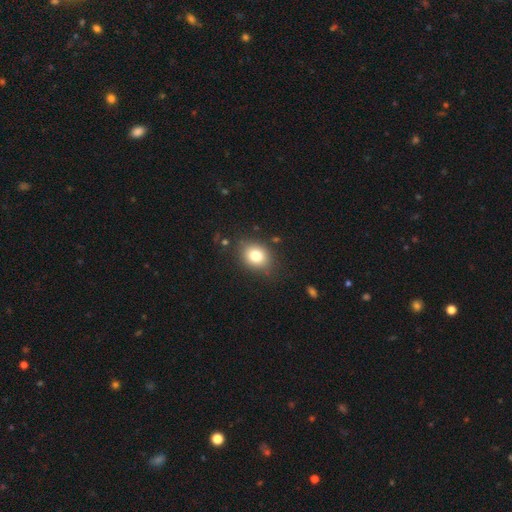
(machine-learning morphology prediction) Smooth or featured? smooth (78%)
How rounded? round (54%)
Merging? none (82%)